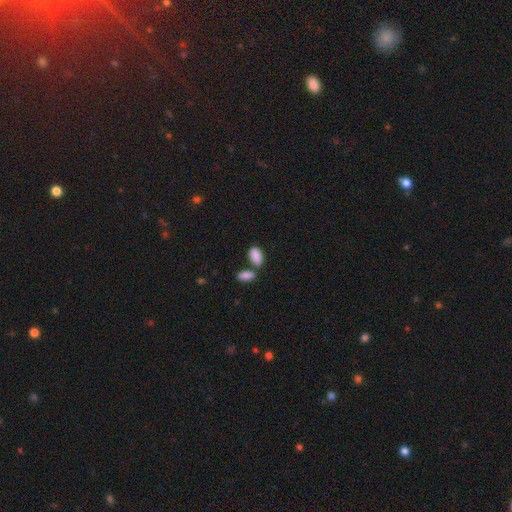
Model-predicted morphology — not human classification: smooth_or_featured: smooth (p=0.88) [alt: star or artifact p=0.07]
how_rounded: in between (p=0.92) [alt: cigar-shaped p=0.05]
merging: none (p=0.50) [alt: merger p=0.35]